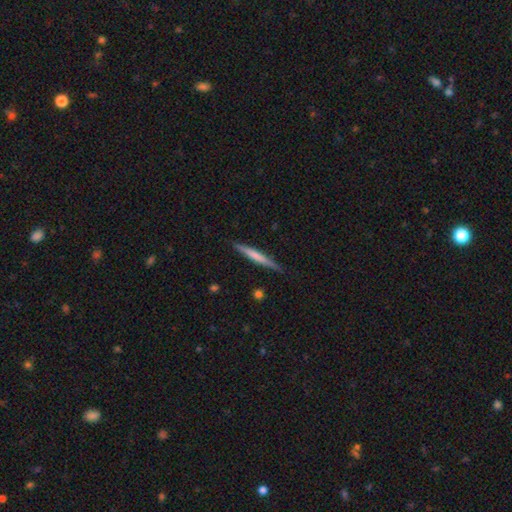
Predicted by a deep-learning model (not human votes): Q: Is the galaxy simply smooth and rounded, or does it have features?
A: smooth — 54%.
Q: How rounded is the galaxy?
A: cigar-shaped — 96%.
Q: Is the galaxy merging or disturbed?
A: none — 87%.